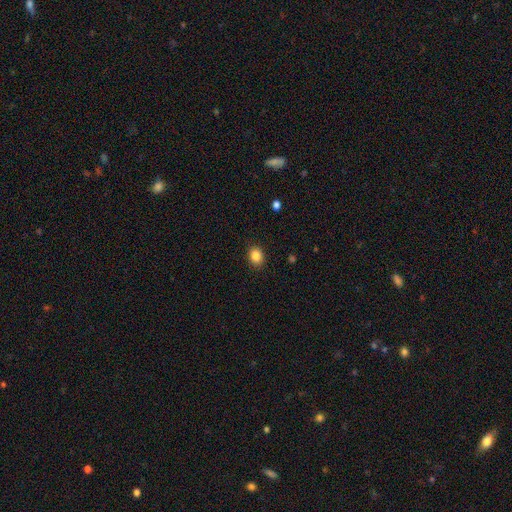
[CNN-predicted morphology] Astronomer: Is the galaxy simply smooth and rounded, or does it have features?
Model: smooth — 85%.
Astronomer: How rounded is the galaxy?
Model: round — 52% (runner-up: in between, 47%).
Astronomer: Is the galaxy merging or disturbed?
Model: none — 89%.